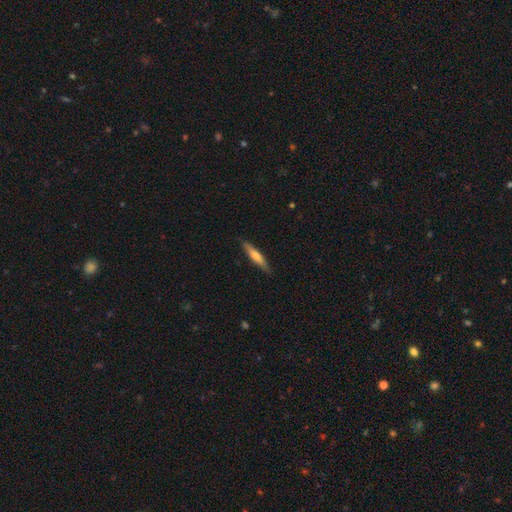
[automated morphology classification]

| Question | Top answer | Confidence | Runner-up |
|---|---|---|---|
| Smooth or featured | smooth | 56% | featured or disk (38%) |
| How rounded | cigar-shaped | 90% | in between (9%) |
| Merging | none | 88% | minor disturbance (9%) |